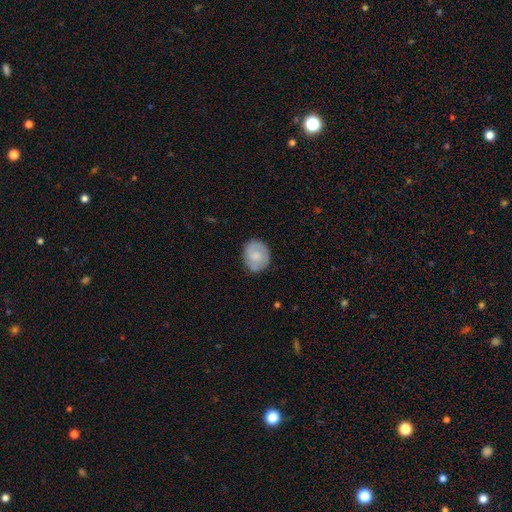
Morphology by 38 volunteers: Smooth or featured? smooth (50%)
How rounded? in between (58%)
Merging? none (74%)